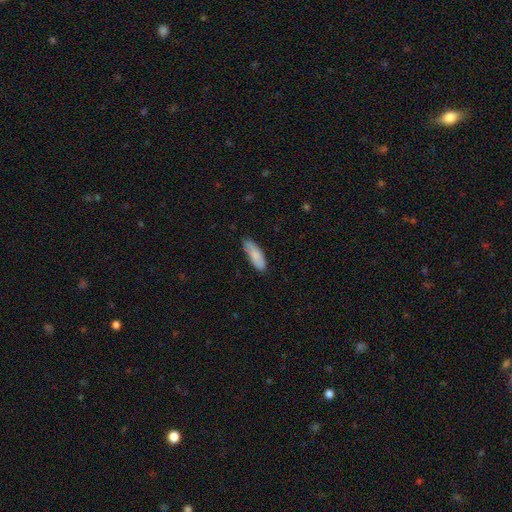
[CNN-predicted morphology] Smooth or featured?
  - smooth: 79% *
  - featured or disk: 15%
  - star or artifact: 6%
How rounded?
  - in between: 65% *
  - cigar-shaped: 33%
  - round: 2%
Merging?
  - none: 72% *
  - minor disturbance: 22%
  - major disturbance: 4%
  - merger: 2%